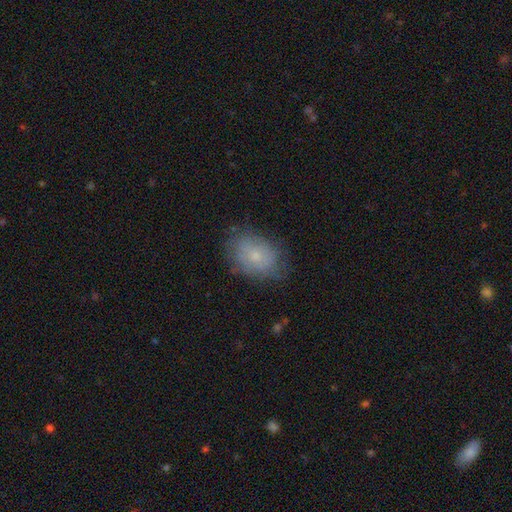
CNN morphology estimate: smooth-or-featured: smooth: 68% | featured or disk: 23% | star or artifact: 9%
  how-rounded: in between: 74% | round: 25% | cigar-shaped: 1%
  merging: none: 72% | minor disturbance: 20% | major disturbance: 7% | merger: 1%